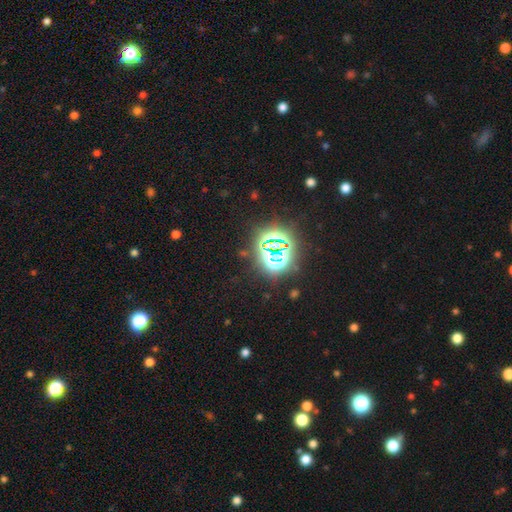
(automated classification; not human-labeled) star or artifact 84%, smooth 10%, featured or disk 6%.